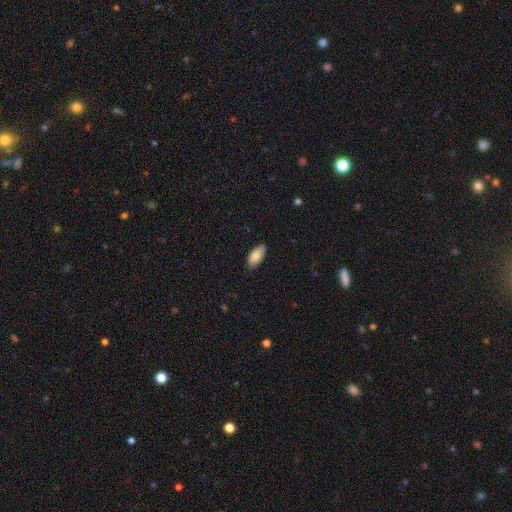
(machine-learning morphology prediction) smooth_or_featured: smooth (p=0.86) [alt: featured or disk p=0.07]
how_rounded: in between (p=0.92) [alt: cigar-shaped p=0.06]
merging: none (p=0.85) [alt: minor disturbance p=0.13]